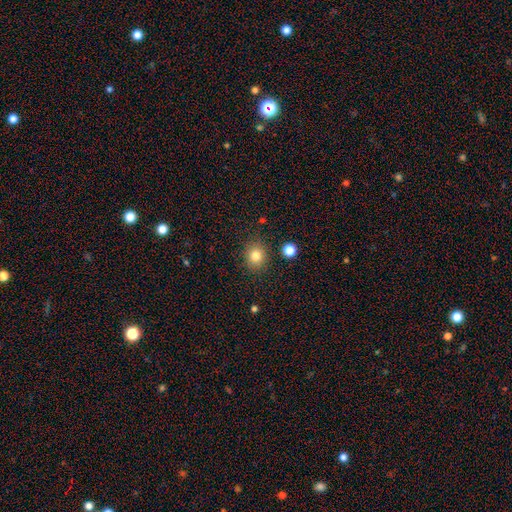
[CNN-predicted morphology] type=smooth (81%); roundness=round (73%); merging=none (86%).